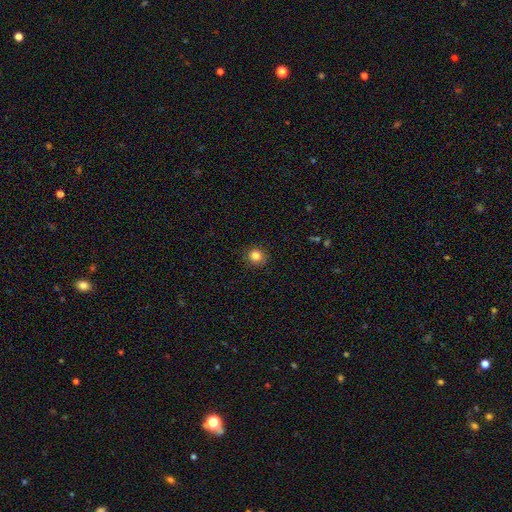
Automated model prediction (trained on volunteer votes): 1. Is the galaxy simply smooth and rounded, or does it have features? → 83% smooth, 11% star or artifact, 6% featured or disk.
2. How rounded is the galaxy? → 90% round, 9% in between, 1% cigar-shaped.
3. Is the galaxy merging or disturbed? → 88% none, 8% minor disturbance, 2% major disturbance, 1% merger.